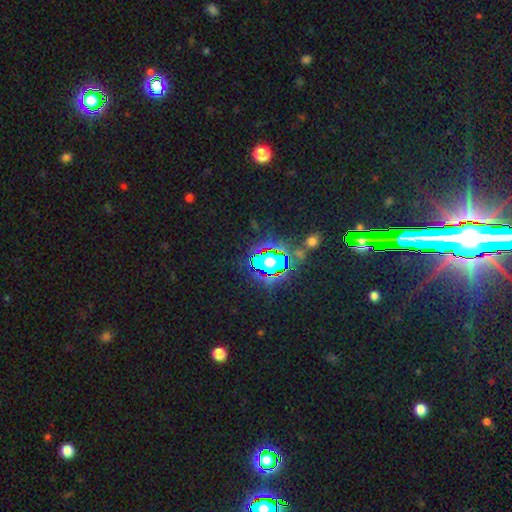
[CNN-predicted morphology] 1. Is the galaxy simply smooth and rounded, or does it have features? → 84% star or artifact, 9% smooth, 7% featured or disk.